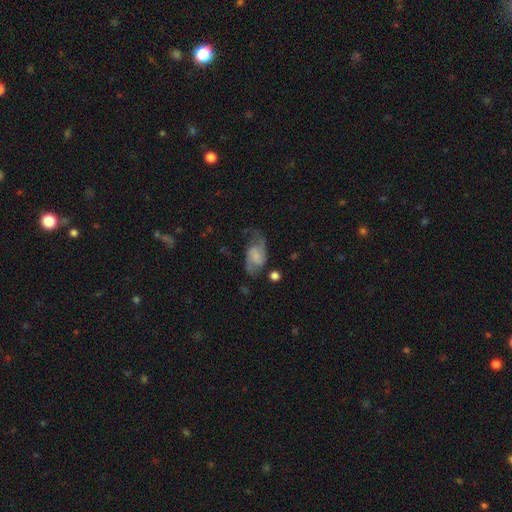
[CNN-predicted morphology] The model was most divided on "spiral winding": loose: 45%, medium: 43%, tight: 12%. Remaining: edge-on disk — no (97%); spiral arms — yes (92%); spiral arm count — 2 (88%); smooth or featured — featured or disk (71%); merging — none (57%); bulge size — small (48%); bar — no (48%).